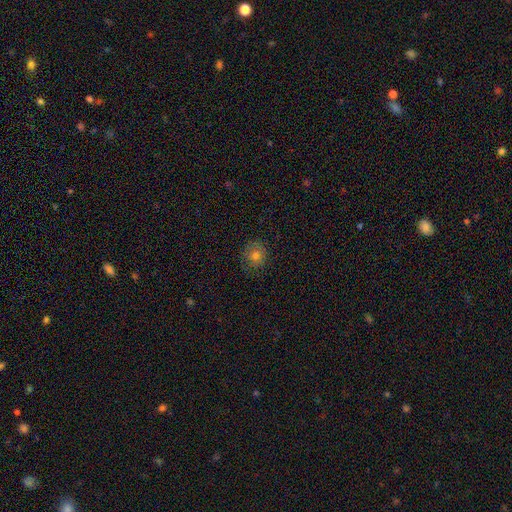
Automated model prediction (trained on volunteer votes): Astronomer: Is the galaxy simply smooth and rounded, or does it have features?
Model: smooth — 72%.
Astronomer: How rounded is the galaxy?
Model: round — 85%.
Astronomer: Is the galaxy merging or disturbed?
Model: none — 80%.